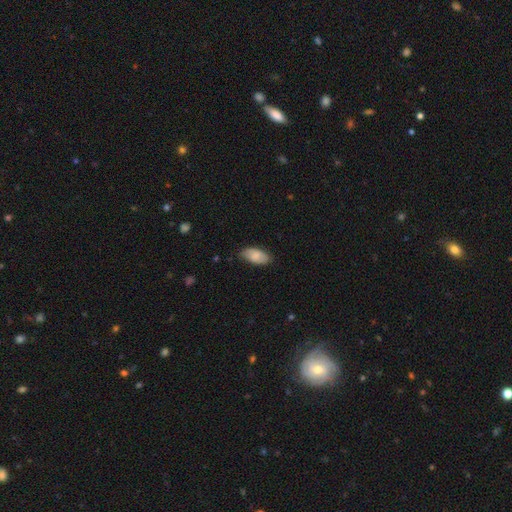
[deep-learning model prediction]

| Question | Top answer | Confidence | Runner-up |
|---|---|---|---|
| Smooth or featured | smooth | 82% | featured or disk (12%) |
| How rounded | in between | 93% | cigar-shaped (4%) |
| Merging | none | 77% | minor disturbance (19%) |